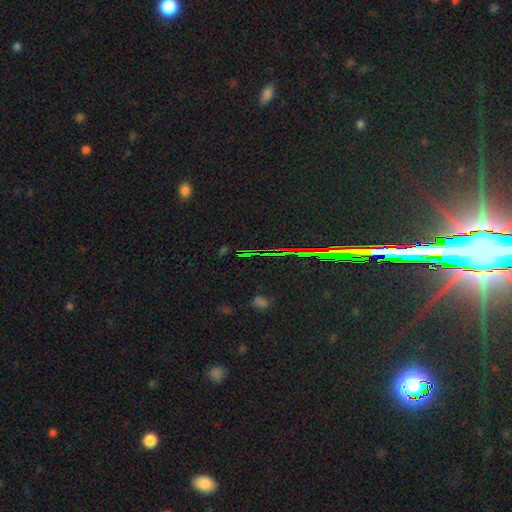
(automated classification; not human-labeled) A star or artifact, not a galaxy (77%).